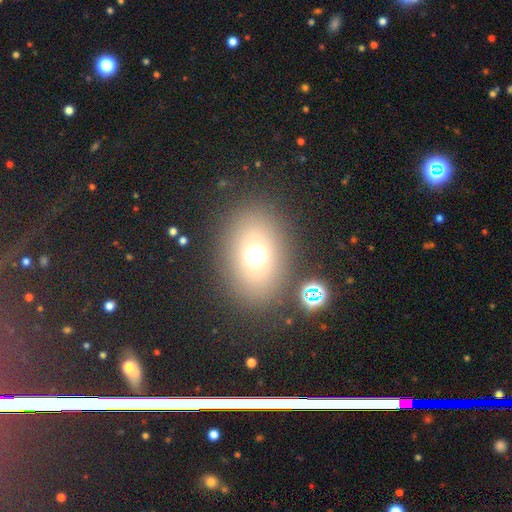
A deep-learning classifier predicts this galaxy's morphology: Smooth or featured: smooth — 66% (star or artifact — 20%)
How rounded: in between — 60% (round — 39%)
Merging: none — 80% (minor disturbance — 9%)